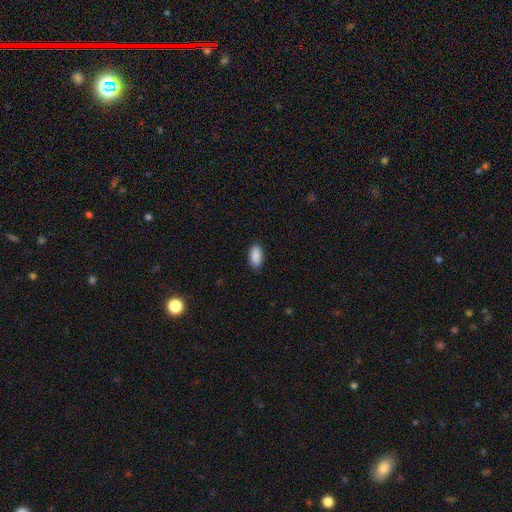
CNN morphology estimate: Smooth or featured? Predicted: smooth (p=0.91). How rounded? Predicted: in between (p=0.94). Merging? Predicted: none (p=0.88).